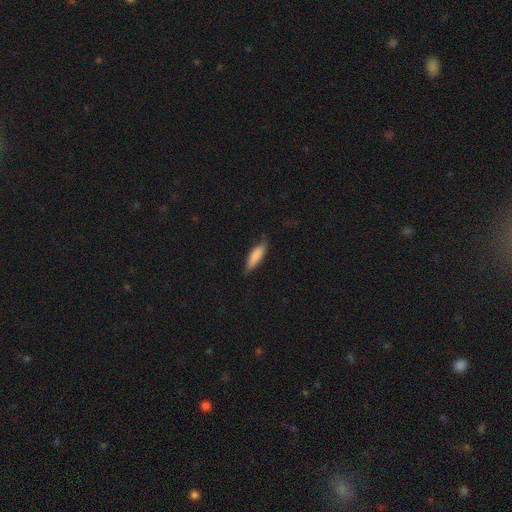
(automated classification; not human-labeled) Overall: smooth (81%). How rounded: cigar-shaped (60%; in between 38%). Merging: none (78%).